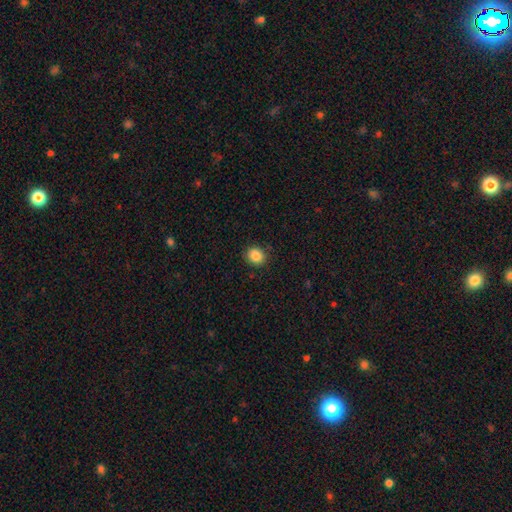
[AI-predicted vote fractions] smooth 87%, star or artifact 9%, featured or disk 4%. Down the decision tree: how rounded — round (67%); merging — none (88%).